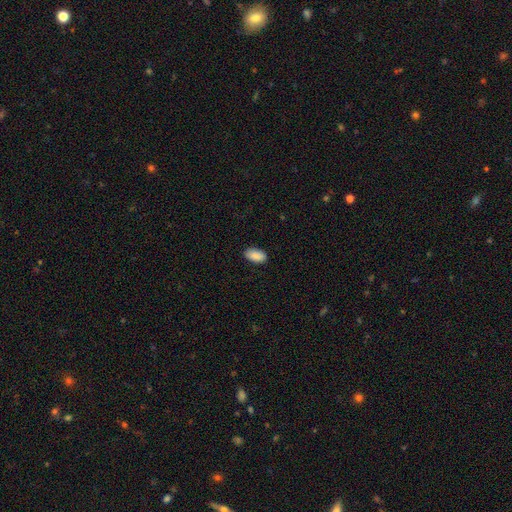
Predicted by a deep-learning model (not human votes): smooth-or-featured: smooth: 90% | star or artifact: 6% | featured or disk: 3%
  how-rounded: in between: 95% | round: 3% | cigar-shaped: 2%
  merging: none: 88% | minor disturbance: 9% | major disturbance: 2% | merger: 1%